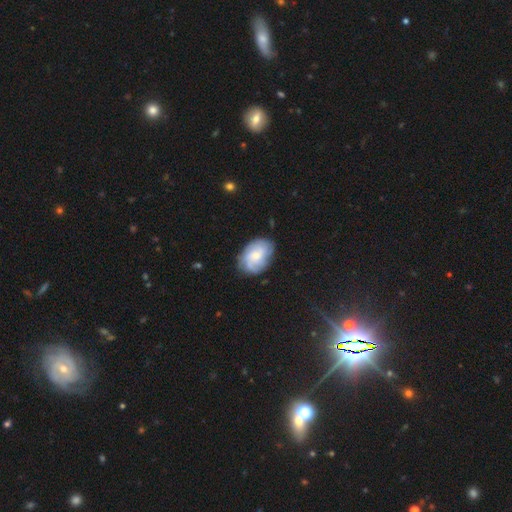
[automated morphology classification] This appears to be a featured or disk galaxy (56%) with no bar (70%), spiral arms (85%) and a small central bulge (56%). Merging: none (75%).